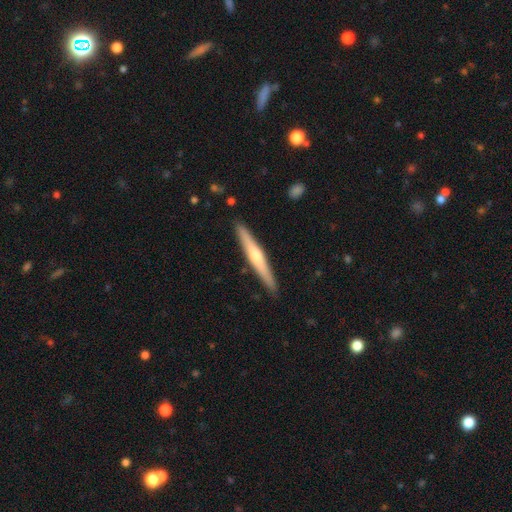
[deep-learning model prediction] Smooth or featured? Predicted: featured or disk (p=0.64). Edge-on disk? Predicted: yes (p=0.97). Edge-on bulge? Predicted: rounded (p=0.81). Merging? Predicted: none (p=0.91).